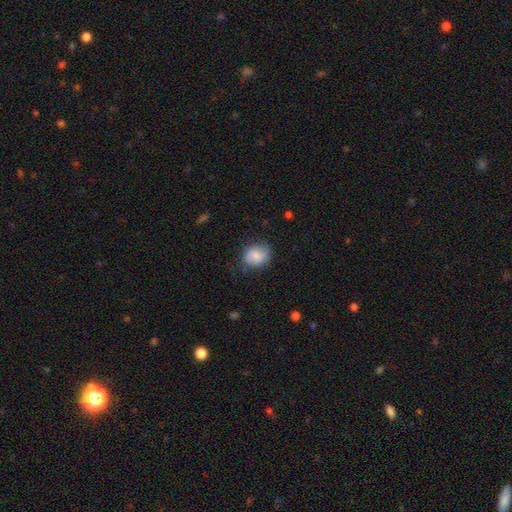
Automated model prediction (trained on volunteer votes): Smooth or featured? smooth (71%)
How rounded? round (56%)
Merging? none (70%)